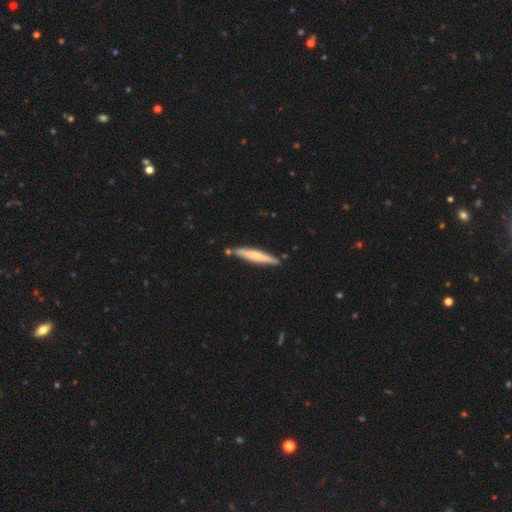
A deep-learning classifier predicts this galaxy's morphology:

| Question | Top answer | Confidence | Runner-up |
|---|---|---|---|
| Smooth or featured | smooth | 51% | featured or disk (44%) |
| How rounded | cigar-shaped | 93% | in between (6%) |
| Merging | none | 83% | minor disturbance (10%) |